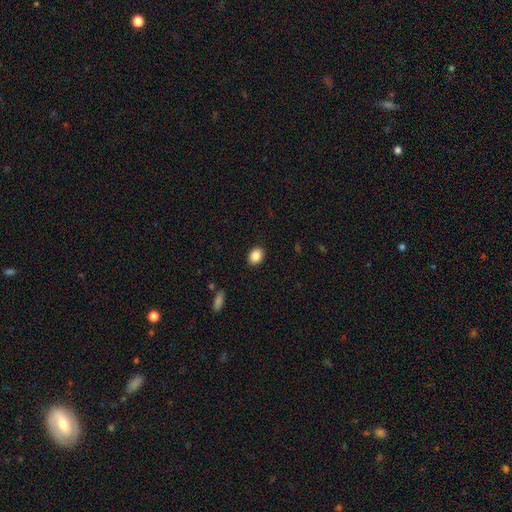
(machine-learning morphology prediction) smooth_or_featured: smooth (p=0.88) [alt: star or artifact p=0.09]
how_rounded: in between (p=0.62) [alt: round p=0.37]
merging: none (p=0.89) [alt: minor disturbance p=0.08]